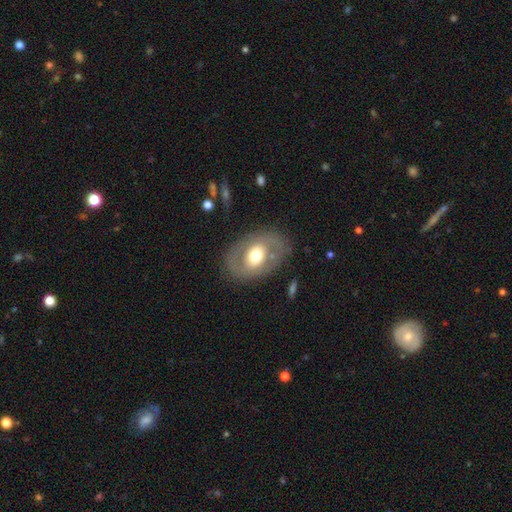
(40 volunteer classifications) This is possibly a smooth galaxy (50%). How rounded: likely in between (70%). Merging: clearly none (84%).